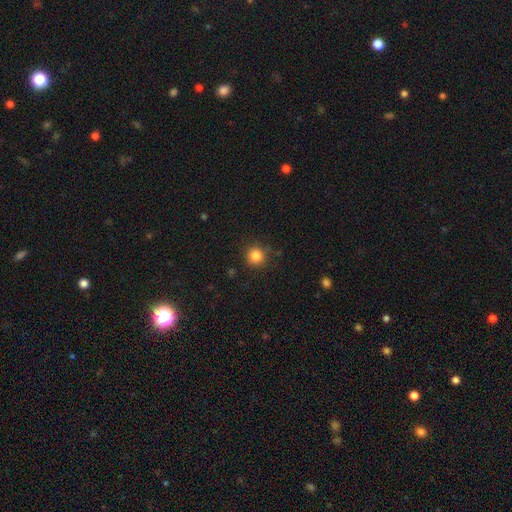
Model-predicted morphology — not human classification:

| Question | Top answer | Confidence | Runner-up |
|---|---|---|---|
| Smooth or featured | smooth | 85% | star or artifact (11%) |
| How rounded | round | 93% | in between (6%) |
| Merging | none | 85% | minor disturbance (10%) |